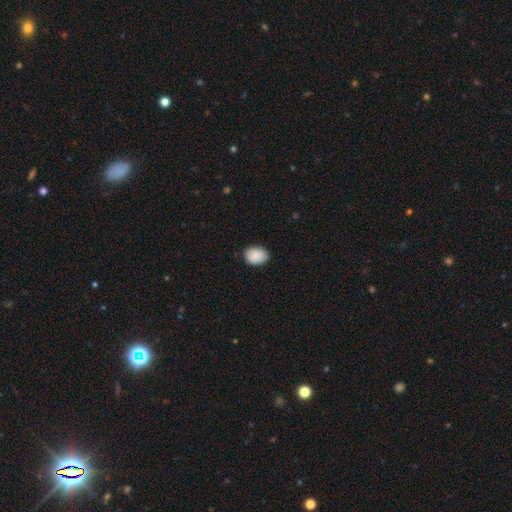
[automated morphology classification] This appears to be a smooth galaxy with no disk features (89%) that is in between round and cigar-shaped (68%). Merging: none (84%).